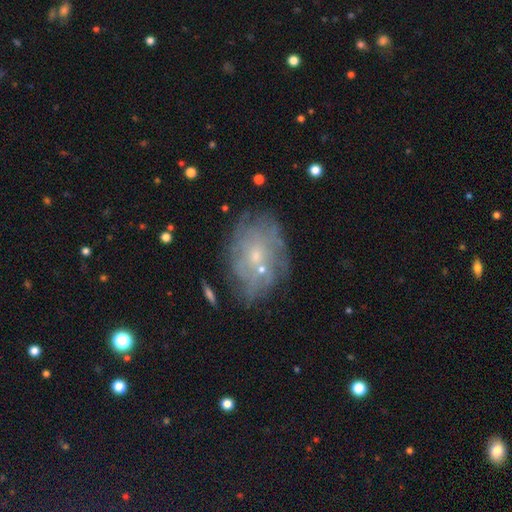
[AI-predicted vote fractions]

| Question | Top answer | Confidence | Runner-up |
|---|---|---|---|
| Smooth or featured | featured or disk | 63% | smooth (26%) |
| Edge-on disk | no | 96% | yes (4%) |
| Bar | no | 81% | weak (16%) |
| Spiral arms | yes | 61% | no (39%) |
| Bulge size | small | 72% | moderate (23%) |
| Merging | none | 62% | minor disturbance (21%) |